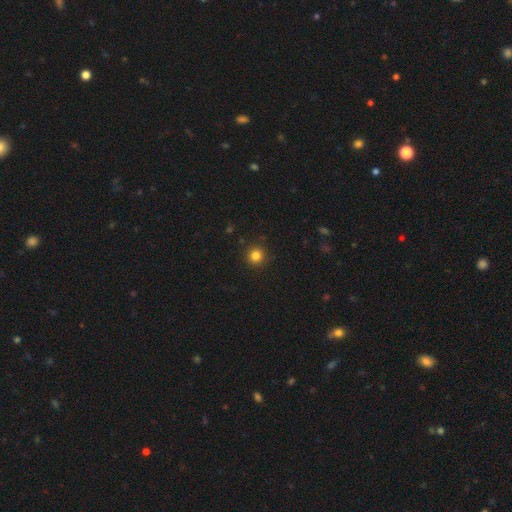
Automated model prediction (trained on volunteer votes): A smooth galaxy with no disk features (83%) that is round (94%).

Vote fractions:
- Smooth or featured? smooth: 83% / star or artifact: 13% / featured or disk: 4%
- How rounded? round: 94% / in between: 5% / cigar-shaped: 1%
- Merging? none: 91% / minor disturbance: 6% / major disturbance: 2% / merger: 1%